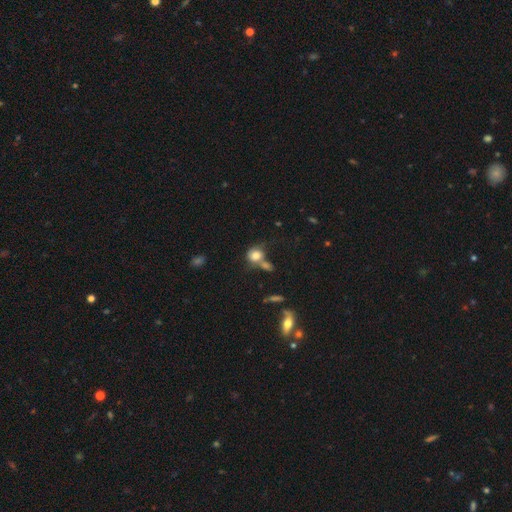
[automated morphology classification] smooth 78%, featured or disk 12%, star or artifact 11%. Down the decision tree: how rounded — round (69%); merging — none (39%).